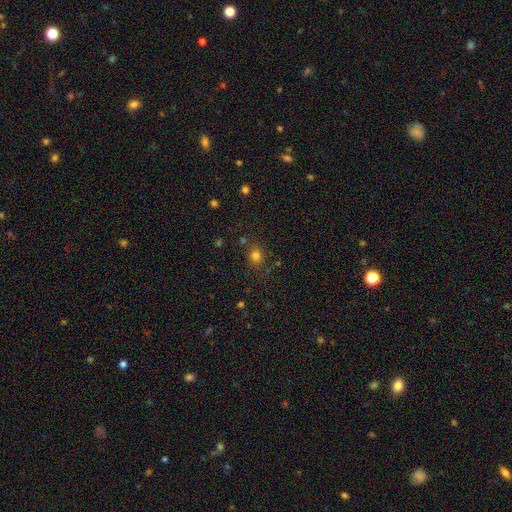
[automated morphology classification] smooth 77%, star or artifact 17%, featured or disk 6%. Down the decision tree: how rounded — round (72%); merging — none (79%).